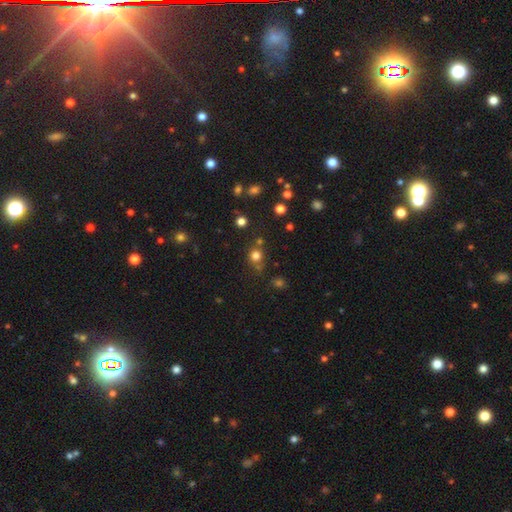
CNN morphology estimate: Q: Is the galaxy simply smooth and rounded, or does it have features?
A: smooth — 74%.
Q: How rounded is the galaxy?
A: round — 88%.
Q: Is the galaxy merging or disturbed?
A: none — 70%.